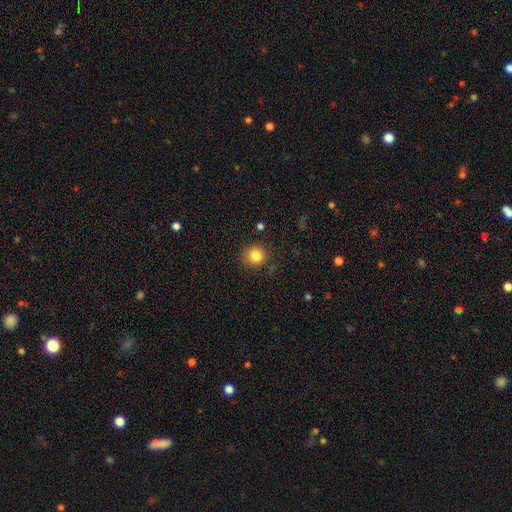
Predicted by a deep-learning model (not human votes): A smooth galaxy with no disk features (83%) that is round (90%).

Vote fractions:
- Smooth or featured? smooth: 83% / star or artifact: 11% / featured or disk: 6%
- How rounded? round: 90% / in between: 9% / cigar-shaped: 1%
- Merging? none: 86% / minor disturbance: 9% / major disturbance: 3% / merger: 2%